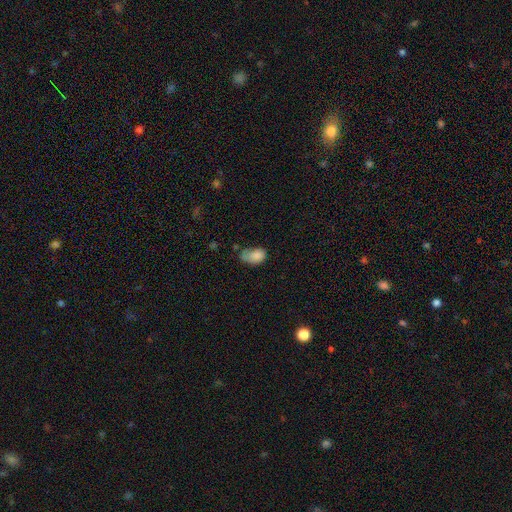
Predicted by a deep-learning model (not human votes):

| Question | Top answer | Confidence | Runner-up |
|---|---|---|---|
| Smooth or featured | smooth | 79% | featured or disk (12%) |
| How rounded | in between | 85% | round (13%) |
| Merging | minor disturbance | 37% | none (31%) |